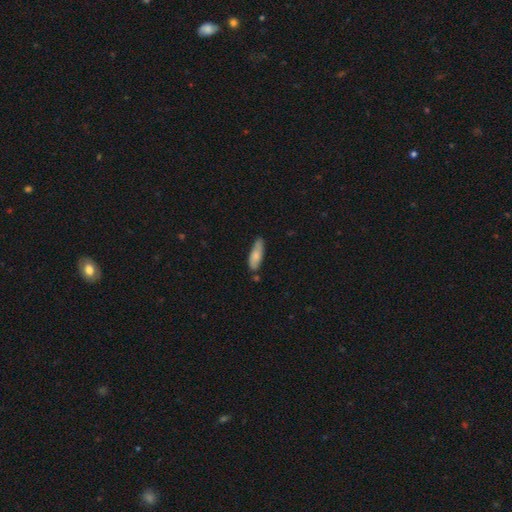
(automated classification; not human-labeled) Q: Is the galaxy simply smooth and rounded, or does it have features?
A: smooth — 76%.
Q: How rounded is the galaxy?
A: in between — 51%.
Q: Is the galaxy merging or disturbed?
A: none — 71%.